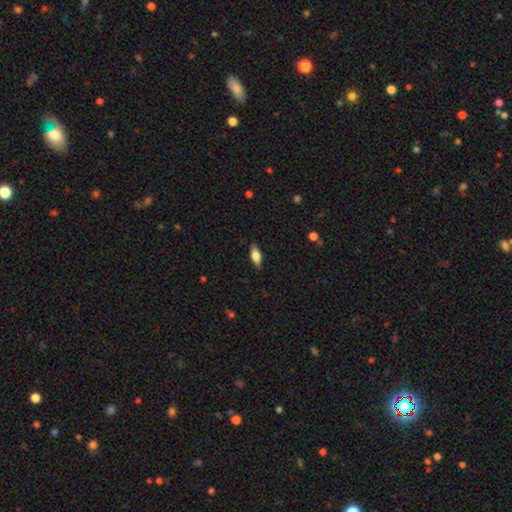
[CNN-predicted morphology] type=smooth (64%); roundness=in between (77%); merging=none (87%).